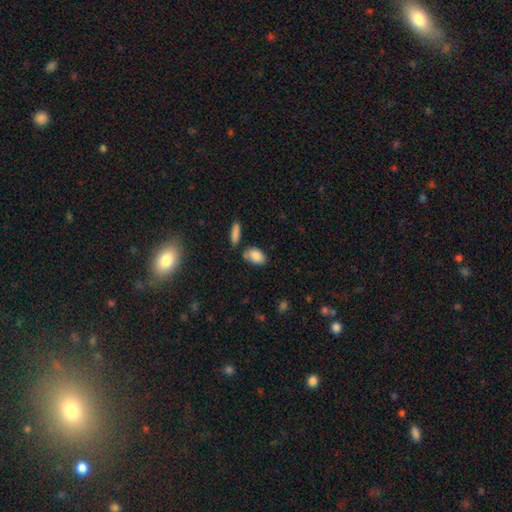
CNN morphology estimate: This is clearly a smooth galaxy (86%). How rounded: clearly in between (91%). Merging: likely none (66%).